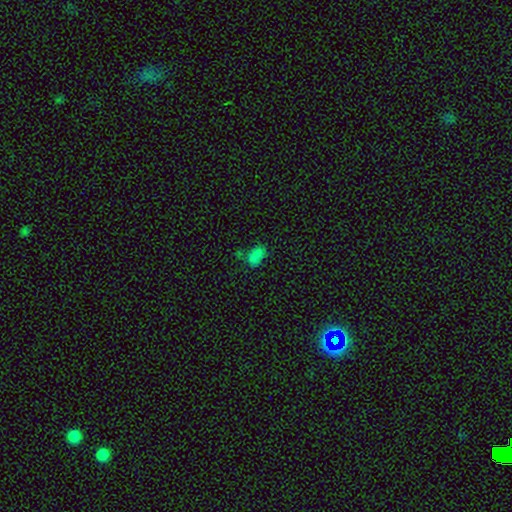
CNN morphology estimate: smooth-or-featured: smooth: 73% | star or artifact: 21% | featured or disk: 6%
  how-rounded: in between: 91% | round: 6% | cigar-shaped: 3%
  merging: none: 55% | minor disturbance: 21% | merger: 15% | major disturbance: 9%